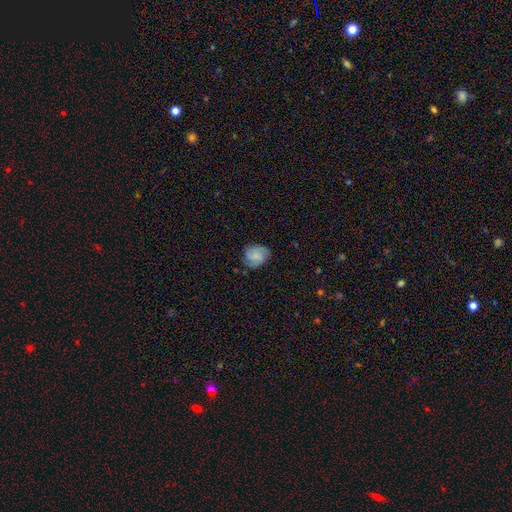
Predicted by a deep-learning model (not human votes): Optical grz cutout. It shows a smooth galaxy with no disk features (52%) that is round (61%). Merging: none (71%).